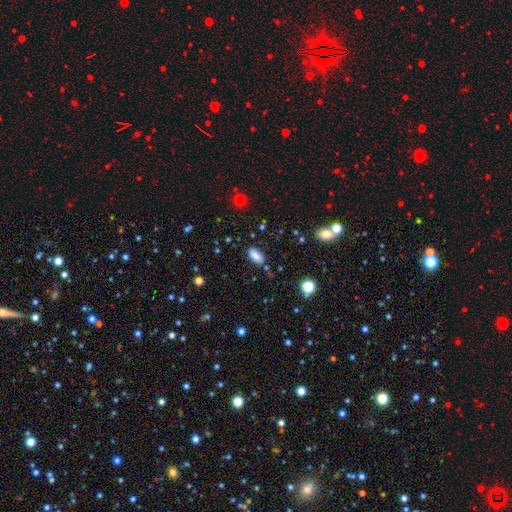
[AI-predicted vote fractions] Q: Smooth or featured?
A: smooth (84%); runner-up: star or artifact (10%)
Q: How rounded?
A: in between (84%); runner-up: cigar-shaped (14%)
Q: Merging?
A: none (82%); runner-up: minor disturbance (12%)